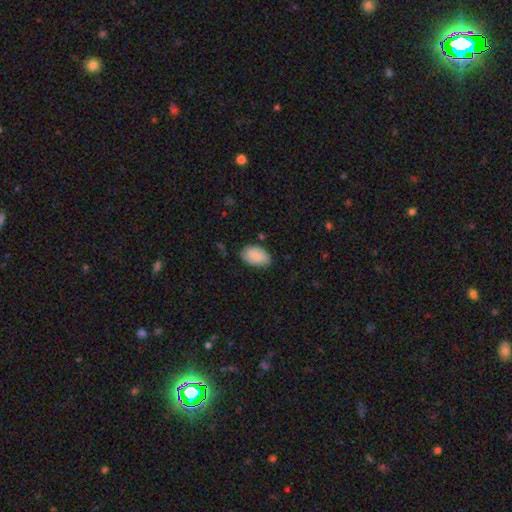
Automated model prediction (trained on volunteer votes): Morphology: type=smooth (86%); roundness=in between (93%); merging=none (77%).